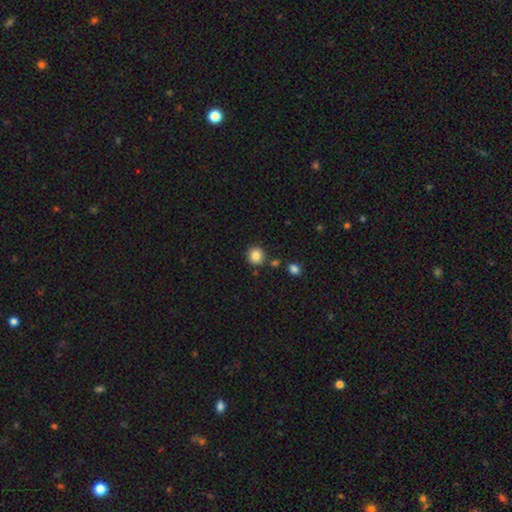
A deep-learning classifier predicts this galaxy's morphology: smooth 86%, star or artifact 10%, featured or disk 4%. Down the decision tree: how rounded — round (88%); merging — none (83%).